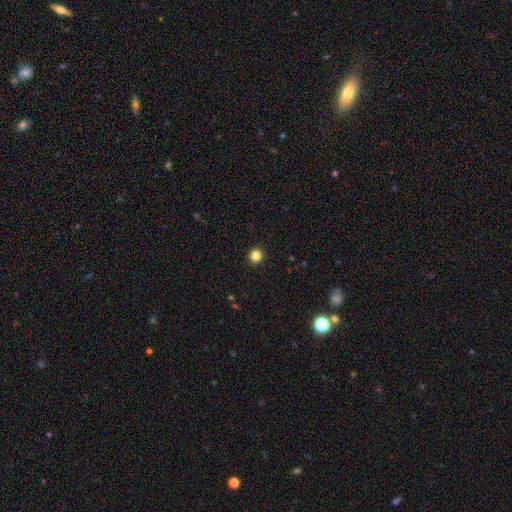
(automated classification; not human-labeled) Smooth or featured: smooth — 83% (star or artifact — 13%)
How rounded: round — 95% (in between — 4%)
Merging: none — 94% (minor disturbance — 4%)